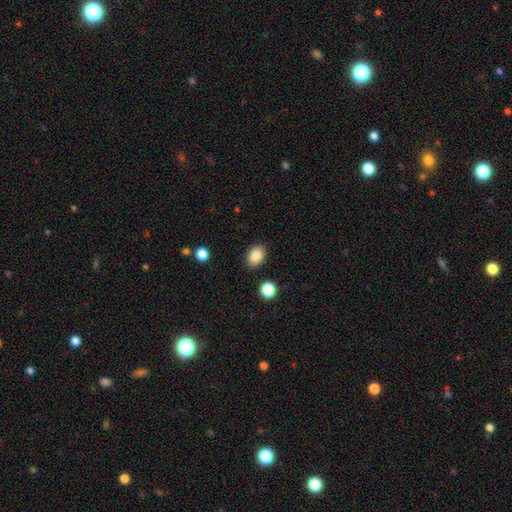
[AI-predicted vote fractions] Overall: smooth (87%). How rounded: in between (78%). Merging: none (87%).